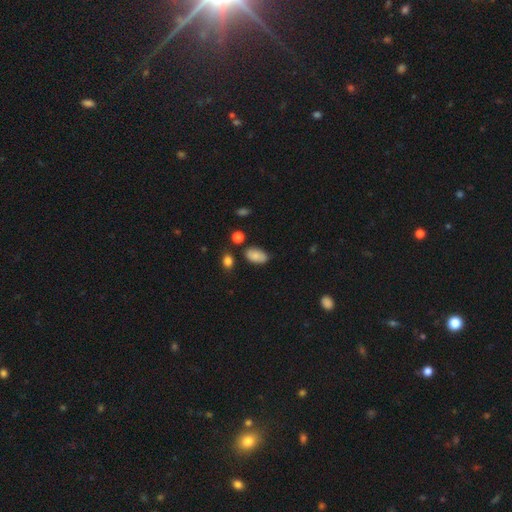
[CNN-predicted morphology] smooth_or_featured: smooth (p=0.85) [alt: star or artifact p=0.08]
how_rounded: in between (p=0.93) [alt: round p=0.05]
merging: none (p=0.75) [alt: minor disturbance p=0.18]